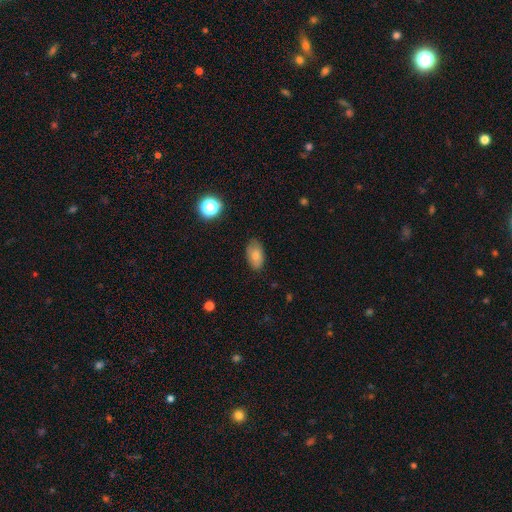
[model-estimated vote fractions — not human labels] Overall: smooth (76%). How rounded: in between (92%). Merging: none (82%).